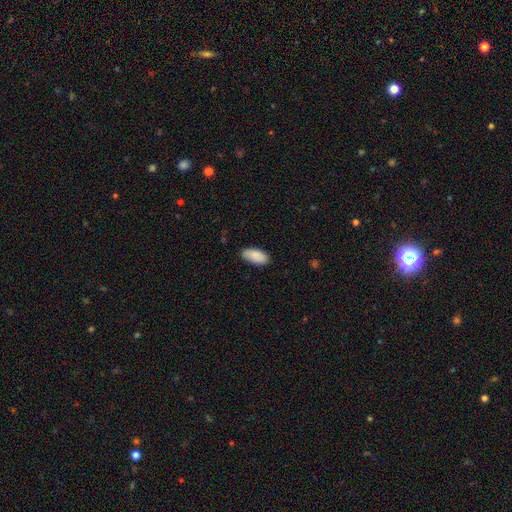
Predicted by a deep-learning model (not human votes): Overall: smooth (89%). How rounded: in between (93%). Merging: none (82%).